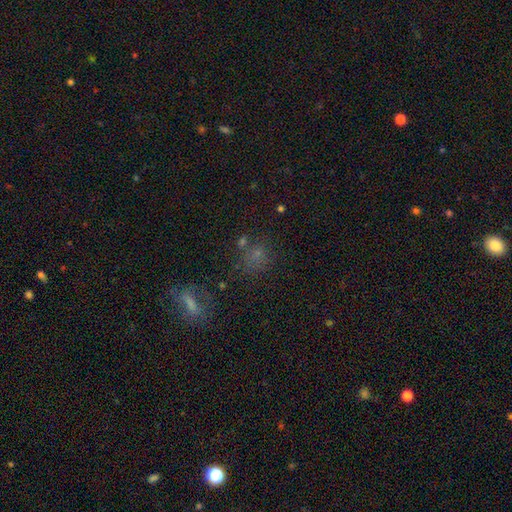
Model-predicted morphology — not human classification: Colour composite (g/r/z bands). It shows a smooth galaxy with no disk features (51%) that is round (73%). Merging: none (64%).